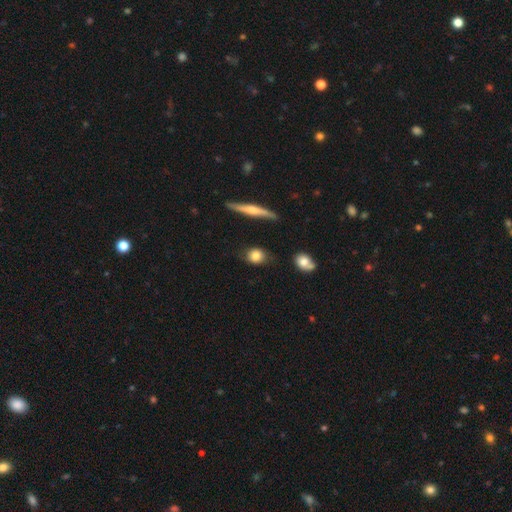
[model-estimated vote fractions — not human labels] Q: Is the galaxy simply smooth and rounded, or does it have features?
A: smooth — 80%.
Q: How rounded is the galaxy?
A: round — 64%.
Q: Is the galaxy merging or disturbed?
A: none — 77%.